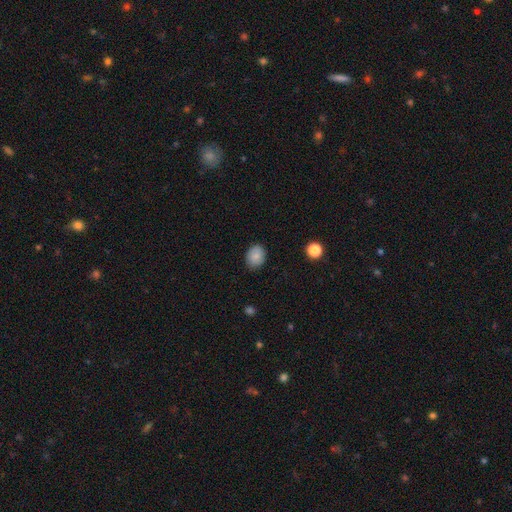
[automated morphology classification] type=smooth (84%); roundness=round (51%); merging=none (85%).